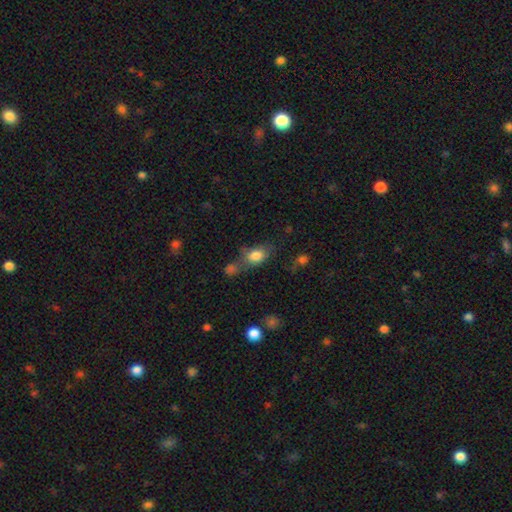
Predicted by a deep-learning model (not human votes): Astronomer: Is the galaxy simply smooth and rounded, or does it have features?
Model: smooth — 79%.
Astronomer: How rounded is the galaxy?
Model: in between — 79%.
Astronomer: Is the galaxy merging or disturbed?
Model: none — 43% (runner-up: merger, 28%).